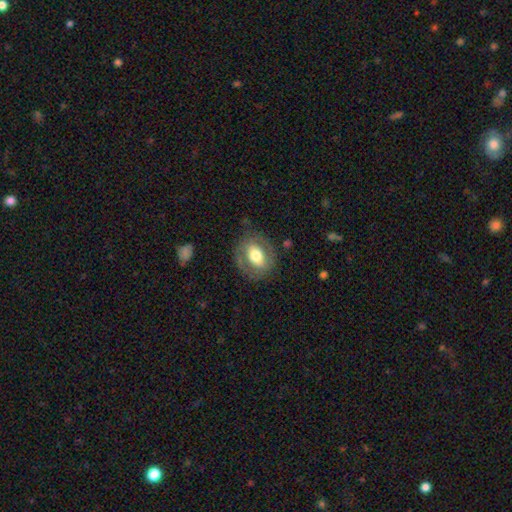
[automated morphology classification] Smooth or featured: smooth — 55% (featured or disk — 38%)
How rounded: in between — 53% (round — 46%)
Merging: none — 76% (minor disturbance — 15%)